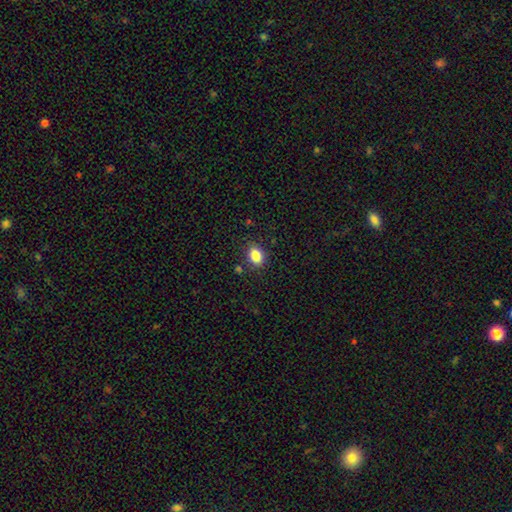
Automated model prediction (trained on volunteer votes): Morphology: type=smooth (85%); roundness=in between (74%); merging=none (83%).